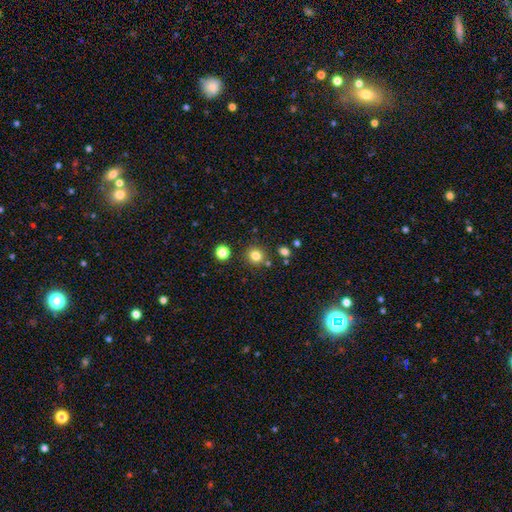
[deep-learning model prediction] Morphology: type=smooth (81%); roundness=round (90%); merging=none (85%).